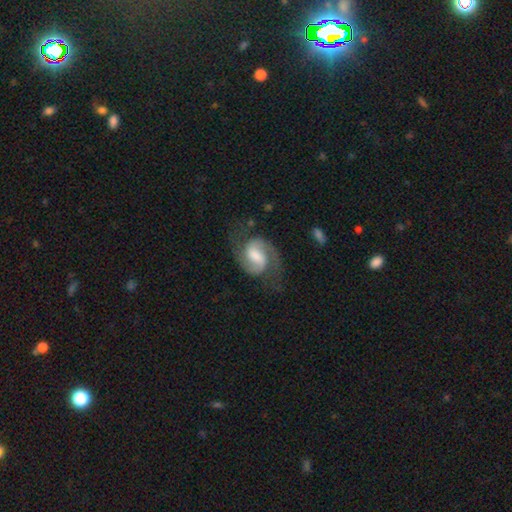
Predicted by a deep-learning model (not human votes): Smooth or featured?
  - featured or disk: 86% *
  - smooth: 9%
  - star or artifact: 5%
Edge-on disk?
  - no: 98% *
  - yes: 2%
Bar?
  - weak: 51% *
  - strong: 27%
  - no: 22%
Spiral arms?
  - yes: 97% *
  - no: 3%
Spiral winding?
  - medium: 55% *
  - loose: 28%
  - tight: 18%
Spiral arm count?
  - 2: 93% *
  - can't tell: 2%
  - 1: 2%
  - 3: 1%
  - 4: 1%
  - more than 4: 1%
Bulge size?
  - moderate: 36% *
  - large: 28%
  - small: 18%
  - none: 15%
  - dominant: 4%
Merging?
  - none: 69% *
  - minor disturbance: 17%
  - major disturbance: 13%
  - merger: 2%